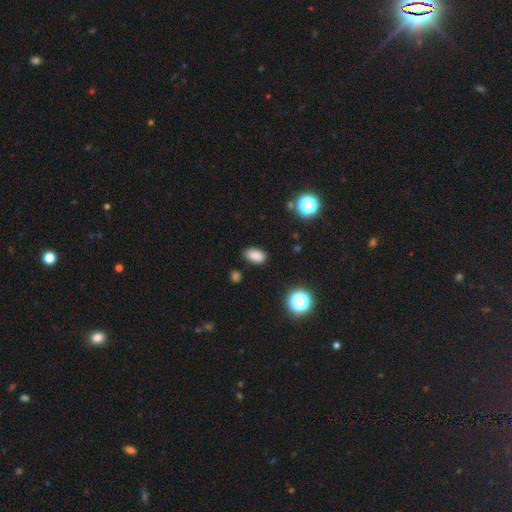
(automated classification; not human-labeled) This appears to be a smooth galaxy with no disk features (84%) that is in between round and cigar-shaped (89%). Merging: none (85%).